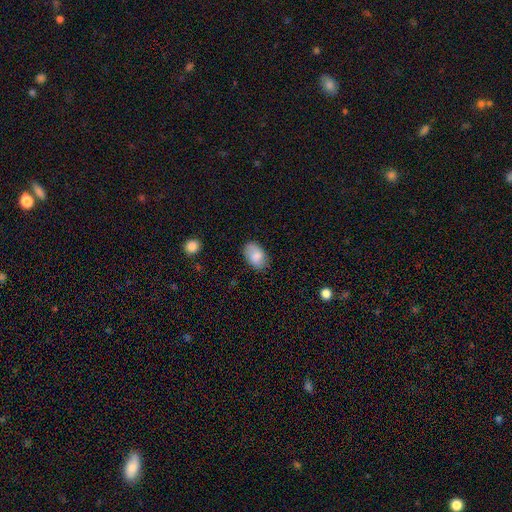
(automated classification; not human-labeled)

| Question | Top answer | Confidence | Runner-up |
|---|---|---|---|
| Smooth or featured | smooth | 82% | featured or disk (11%) |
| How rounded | in between | 90% | round (9%) |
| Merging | none | 79% | minor disturbance (17%) |